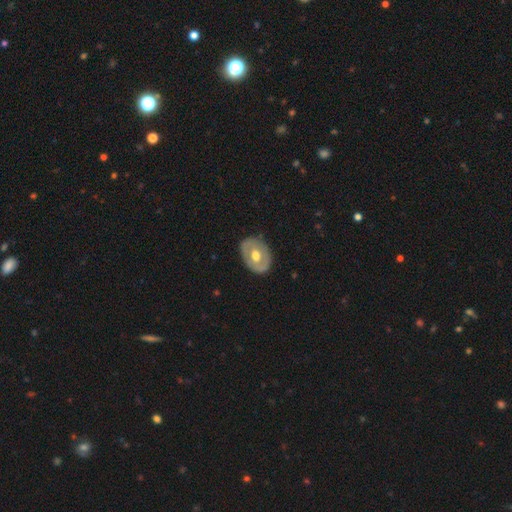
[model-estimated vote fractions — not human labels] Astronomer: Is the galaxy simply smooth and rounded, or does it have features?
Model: featured or disk — 51% (runner-up: smooth, 44%).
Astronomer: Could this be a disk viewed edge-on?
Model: no — 92%.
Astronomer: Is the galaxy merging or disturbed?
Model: none — 82%.